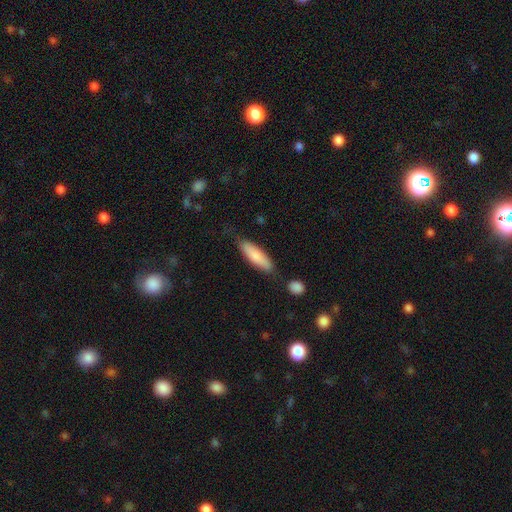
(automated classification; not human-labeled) smooth_or_featured: smooth (p=0.79) [alt: featured or disk p=0.16]
how_rounded: cigar-shaped (p=0.58) [alt: in between p=0.40]
merging: none (p=0.72) [alt: minor disturbance p=0.18]